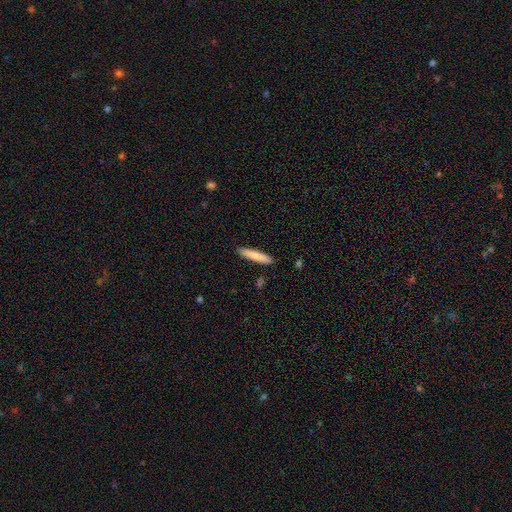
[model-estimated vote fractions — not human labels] Q: Smooth or featured?
A: smooth (81%); runner-up: featured or disk (13%)
Q: How rounded?
A: cigar-shaped (89%); runner-up: in between (10%)
Q: Merging?
A: none (90%); runner-up: minor disturbance (7%)